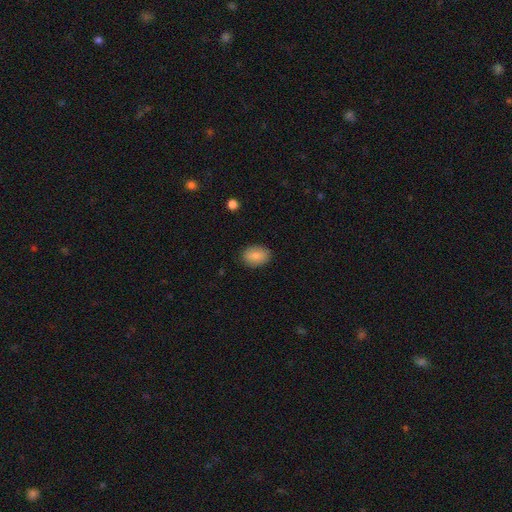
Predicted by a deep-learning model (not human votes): A smooth galaxy with no disk features (85%) that is in between round and cigar-shaped (76%).

Vote fractions:
- Smooth or featured? smooth: 85% / featured or disk: 8% / star or artifact: 7%
- How rounded? in between: 76% / round: 23% / cigar-shaped: 1%
- Merging? none: 87% / minor disturbance: 10% / major disturbance: 2% / merger: 1%